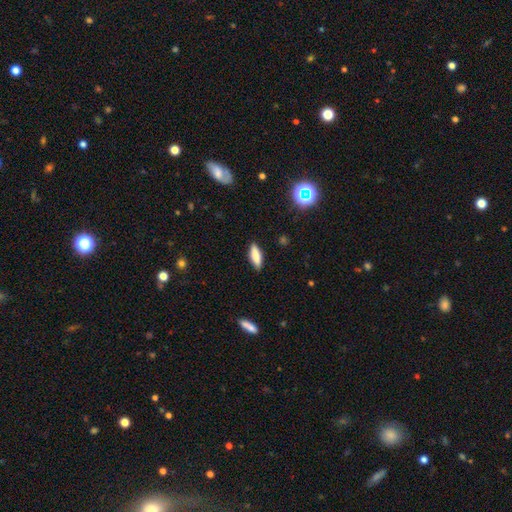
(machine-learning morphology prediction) The model was most divided on "how rounded" (2-way tie): in between: 49%, cigar-shaped: 49%, round: 2%. More confident: merging — none (87%); smooth or featured — smooth (78%).